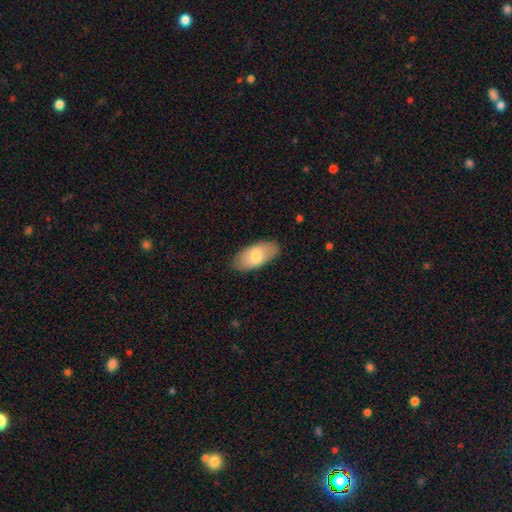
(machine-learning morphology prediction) Q: Smooth or featured?
A: smooth (73%); runner-up: featured or disk (21%)
Q: How rounded?
A: in between (93%); runner-up: cigar-shaped (5%)
Q: Merging?
A: none (86%); runner-up: minor disturbance (11%)